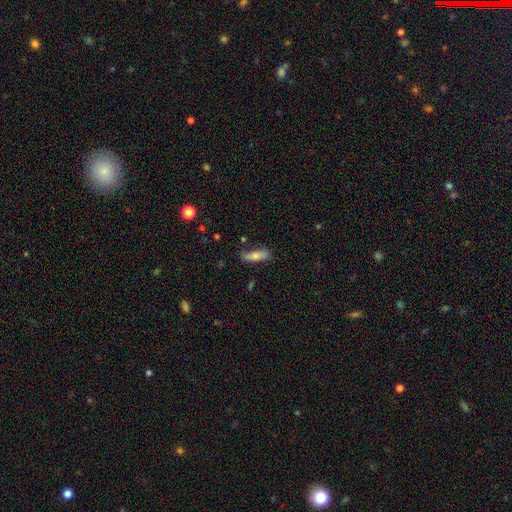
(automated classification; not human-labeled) Morphology: type=smooth (68%); roundness=in between (53%); merging=none (72%).